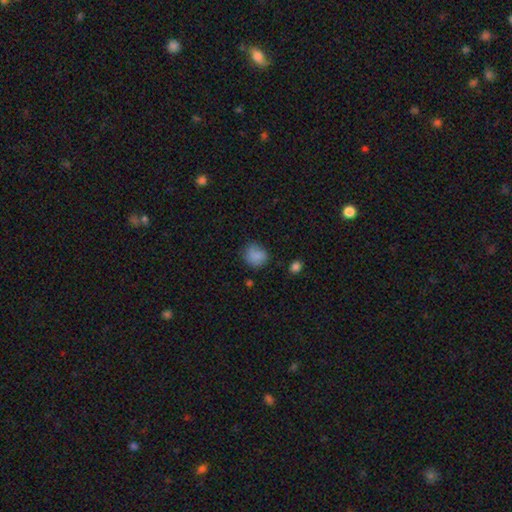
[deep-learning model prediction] A smooth galaxy with no disk features (84%) that is round (76%).

Vote fractions:
- Smooth or featured? smooth: 84% / star or artifact: 10% / featured or disk: 6%
- How rounded? round: 76% / in between: 23% / cigar-shaped: 1%
- Merging? none: 70% / minor disturbance: 22% / major disturbance: 6% / merger: 3%